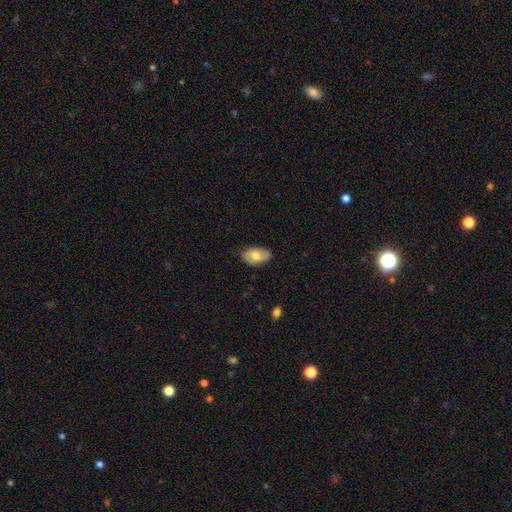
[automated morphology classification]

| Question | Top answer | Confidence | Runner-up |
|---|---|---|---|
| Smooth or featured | smooth | 63% | featured or disk (30%) |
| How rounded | in between | 92% | round (6%) |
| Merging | none | 81% | minor disturbance (15%) |